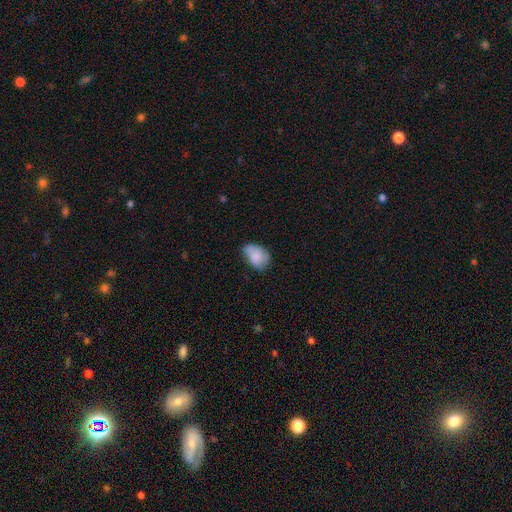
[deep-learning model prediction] A smooth galaxy with no disk features (79%) that is in between round and cigar-shaped (82%). Merging: none (49%).